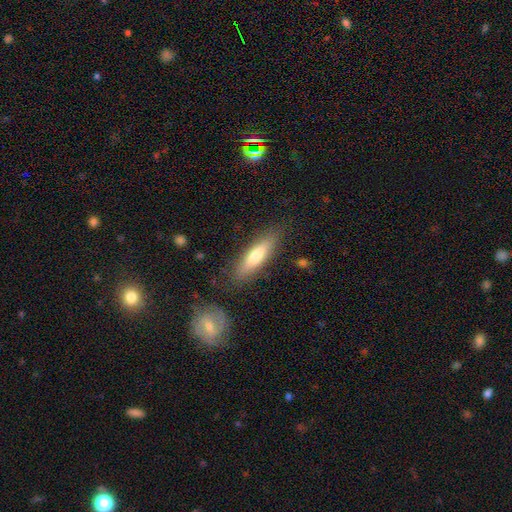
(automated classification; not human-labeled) Overall: smooth (66%; featured or disk 28%). How rounded: cigar-shaped (69%). Merging: none (83%).